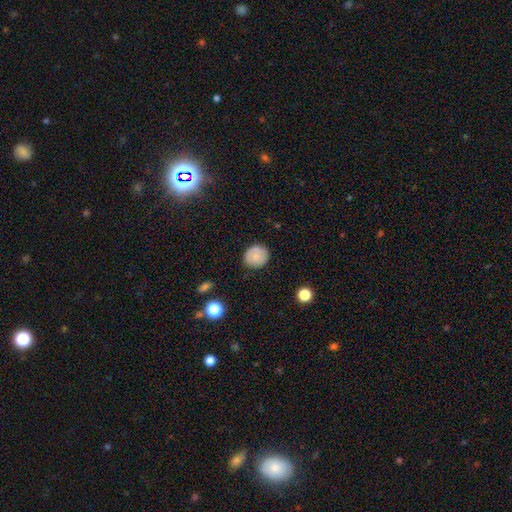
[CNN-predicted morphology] The model was most divided on "smooth or featured": smooth: 76%, featured or disk: 16%, star or artifact: 8%. More confident: how rounded — round (85%); merging — none (85%).